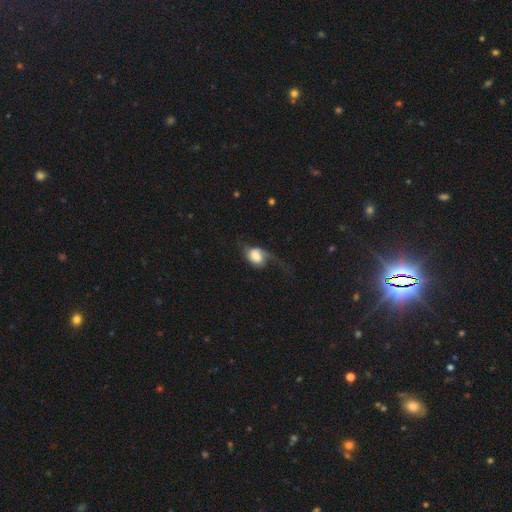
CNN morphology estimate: A smooth galaxy with no disk features (49%).

Vote fractions:
- Smooth or featured? smooth: 49% / featured or disk: 44% / star or artifact: 8%
- Merging? major disturbance: 47% / none: 28% / minor disturbance: 21% / merger: 4%